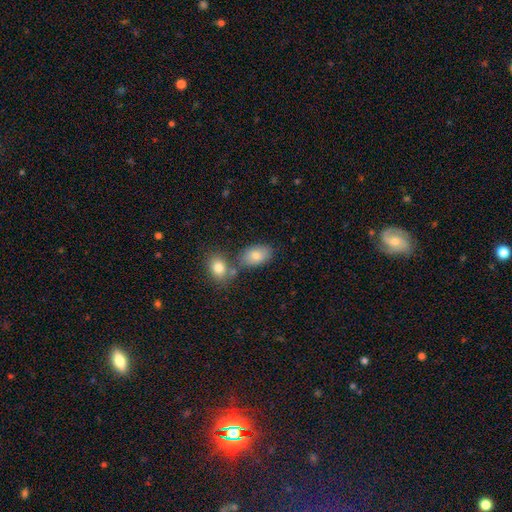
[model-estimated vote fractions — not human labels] Overall: smooth (78%). How rounded: in between (88%). Merging: none (61%; merger 24%).